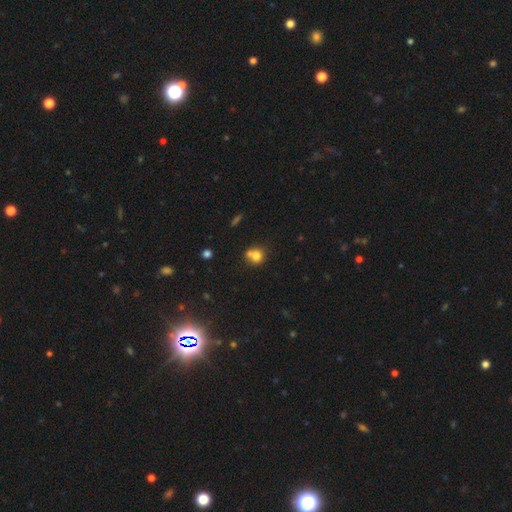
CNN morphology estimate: Smooth or featured?
  - smooth: 75% *
  - featured or disk: 13%
  - star or artifact: 12%
How rounded?
  - round: 80% *
  - in between: 19%
  - cigar-shaped: 1%
Merging?
  - none: 42% *
  - merger: 41%
  - minor disturbance: 12%
  - major disturbance: 5%